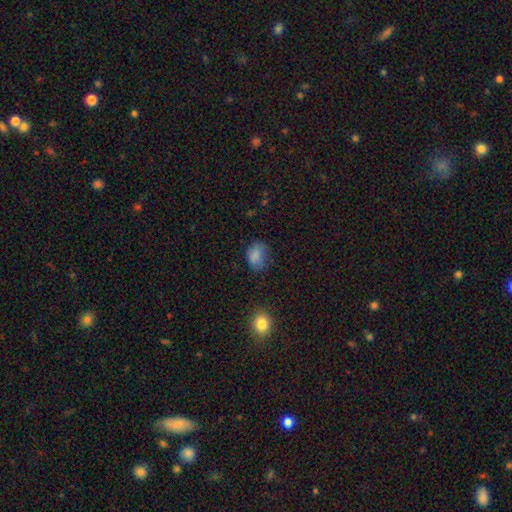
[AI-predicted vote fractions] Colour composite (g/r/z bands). It shows a smooth galaxy with no disk features (83%) that is in between round and cigar-shaped (65%). Merging: none (61%).